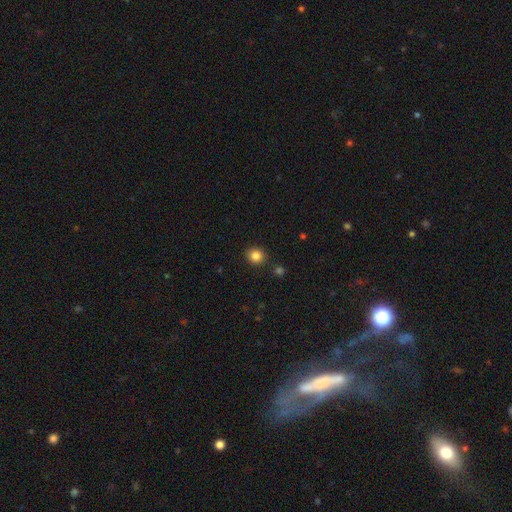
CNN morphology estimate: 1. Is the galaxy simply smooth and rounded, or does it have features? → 83% smooth, 11% star or artifact, 5% featured or disk.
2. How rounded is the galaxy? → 83% round, 16% in between, 1% cigar-shaped.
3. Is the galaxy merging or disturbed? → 89% none, 6% minor disturbance, 3% merger, 2% major disturbance.